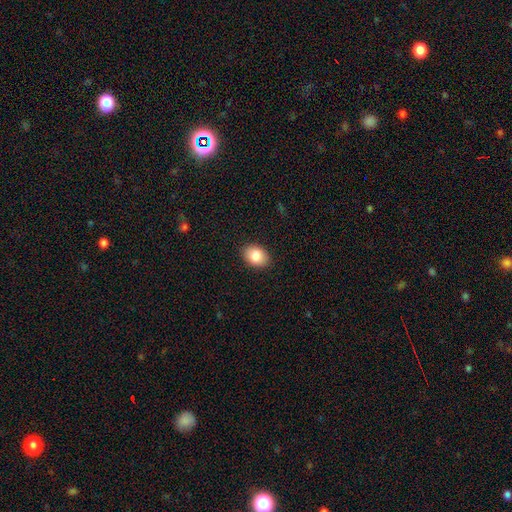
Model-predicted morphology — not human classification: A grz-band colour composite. It shows a smooth galaxy with no disk features (85%) that is in between round and cigar-shaped (72%). Merging: none (89%).